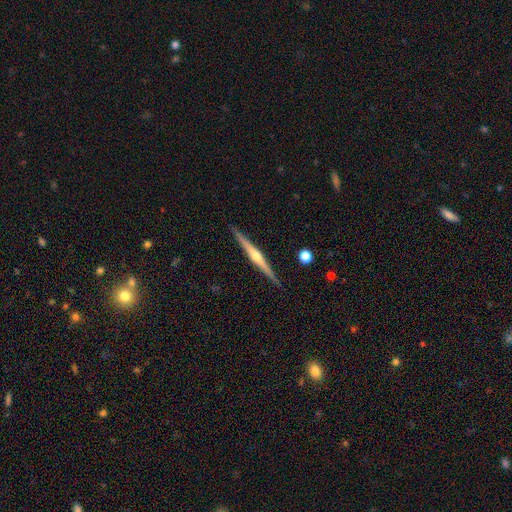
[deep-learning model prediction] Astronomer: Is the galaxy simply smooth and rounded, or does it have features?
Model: featured or disk — 79%.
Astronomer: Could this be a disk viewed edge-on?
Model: yes — 98%.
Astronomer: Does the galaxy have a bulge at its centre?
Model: rounded — 86%.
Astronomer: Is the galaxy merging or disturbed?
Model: none — 91%.